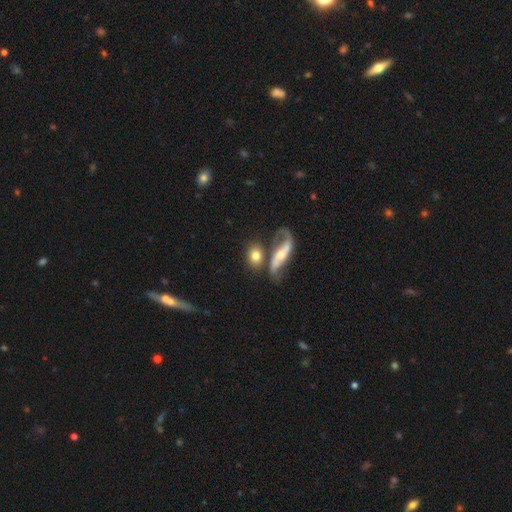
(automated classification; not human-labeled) Smooth or featured? Predicted: smooth (p=0.65). How rounded? Predicted: in between (p=0.50). Merging? Predicted: none (p=0.49).